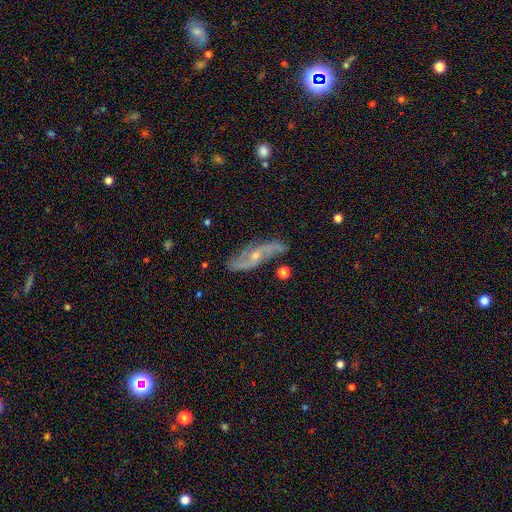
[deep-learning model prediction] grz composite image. It shows a featured or disk galaxy (84%) with no bar (55%), 2 (86%) loose (48%) spiral arms (95%) and a small central bulge (56%). Merging: none (76%).